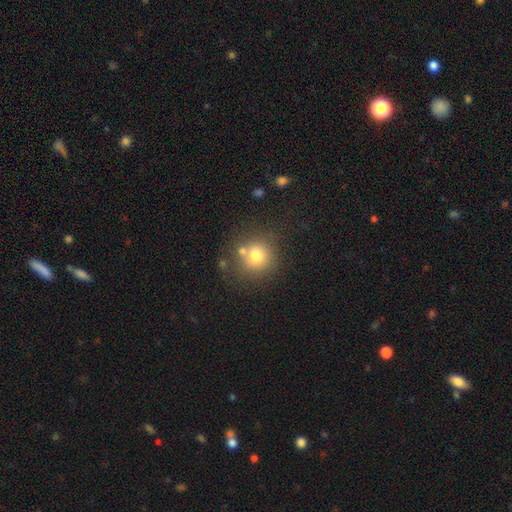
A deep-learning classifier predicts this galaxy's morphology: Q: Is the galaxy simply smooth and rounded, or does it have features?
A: smooth — 74%.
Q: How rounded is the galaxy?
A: round — 91%.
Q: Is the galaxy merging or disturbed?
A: none — 69%.